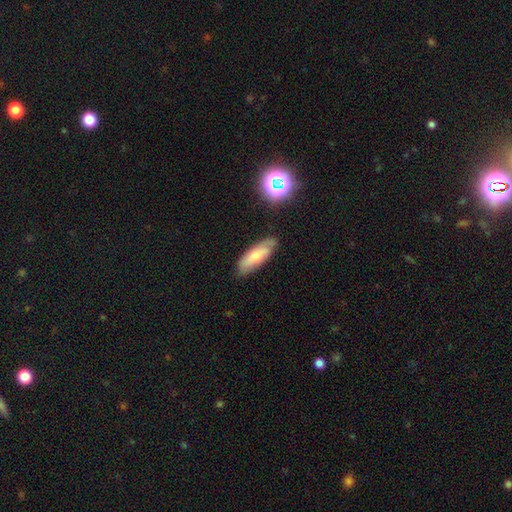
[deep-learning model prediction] smooth_or_featured: smooth (p=0.56) [alt: featured or disk p=0.36]
how_rounded: in between (p=0.61) [alt: cigar-shaped p=0.36]
merging: none (p=0.71) [alt: minor disturbance p=0.22]